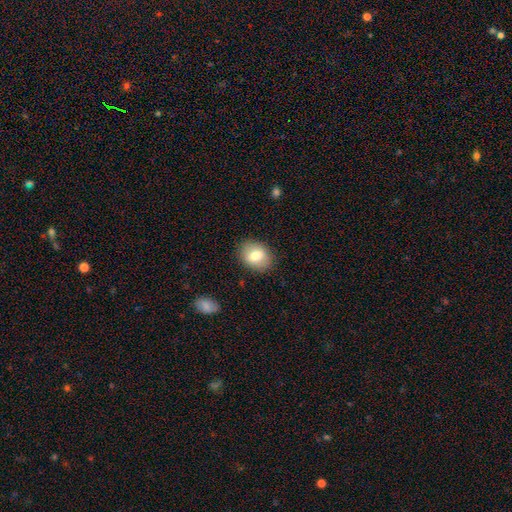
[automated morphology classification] This is likely a smooth galaxy (76%). How rounded: possibly in between (58%). Merging: clearly none (86%).